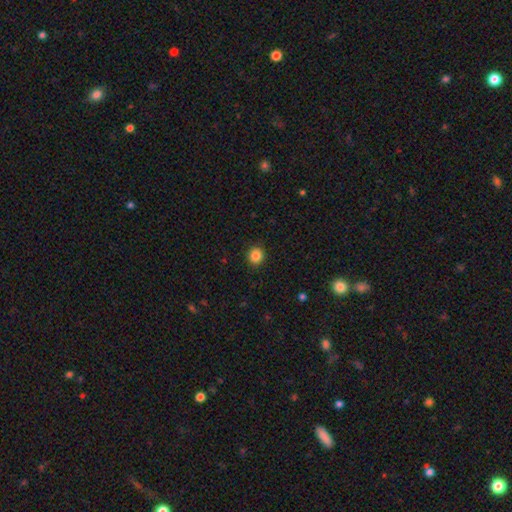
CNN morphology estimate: smooth_or_featured: smooth (p=0.85) [alt: star or artifact p=0.11]
how_rounded: round (p=0.85) [alt: in between p=0.14]
merging: none (p=0.91) [alt: minor disturbance p=0.06]